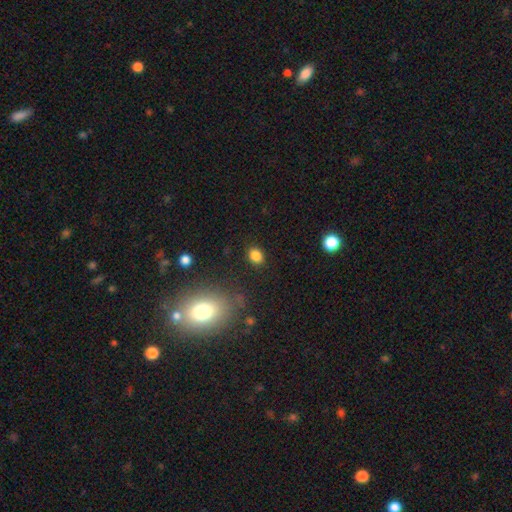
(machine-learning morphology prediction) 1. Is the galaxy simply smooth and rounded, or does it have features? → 84% smooth, 12% star or artifact, 5% featured or disk.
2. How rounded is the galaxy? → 61% in between, 38% round, 1% cigar-shaped.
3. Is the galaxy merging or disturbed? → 86% none, 9% minor disturbance, 3% major disturbance, 2% merger.